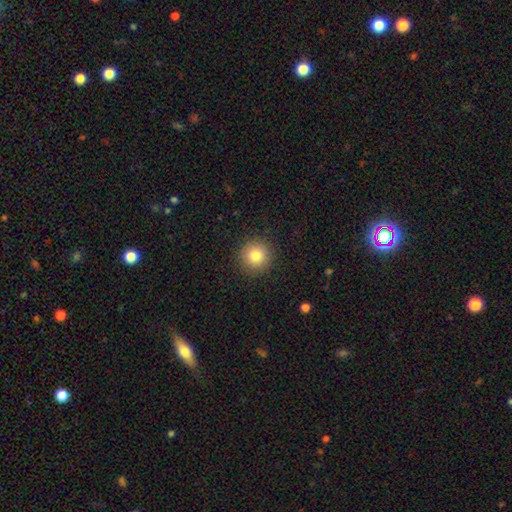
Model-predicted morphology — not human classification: A smooth galaxy with no disk features (81%) that is round (95%). Merging: none (91%).